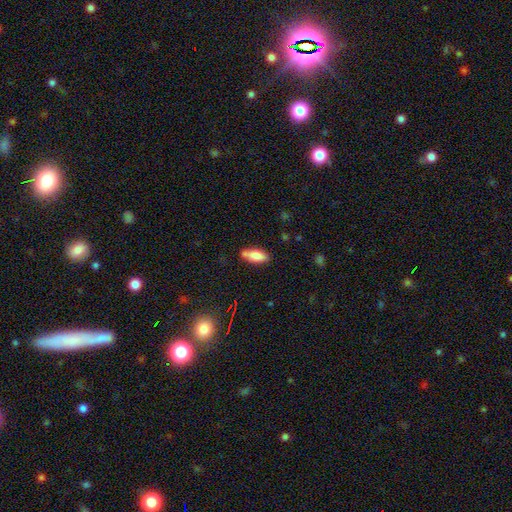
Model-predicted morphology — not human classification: A smooth galaxy with no disk features (82%) that is in between round and cigar-shaped (78%).

Vote fractions:
- Smooth or featured? smooth: 82% / featured or disk: 11% / star or artifact: 8%
- How rounded? in between: 78% / cigar-shaped: 20% / round: 2%
- Merging? none: 65% / minor disturbance: 21% / merger: 9% / major disturbance: 5%